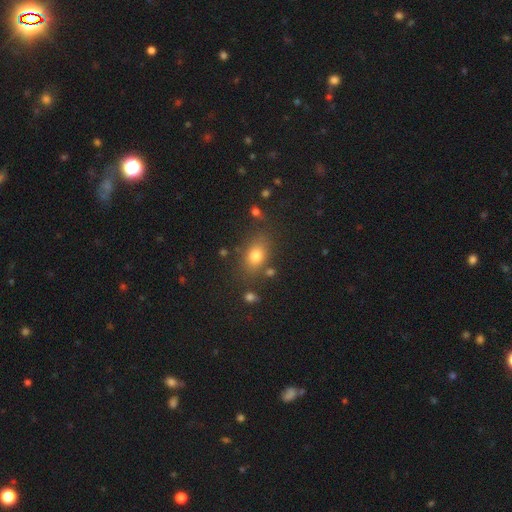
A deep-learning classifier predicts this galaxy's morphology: smooth 76%, star or artifact 13%, featured or disk 11%. Down the decision tree: how rounded — in between (74%); merging — none (78%).